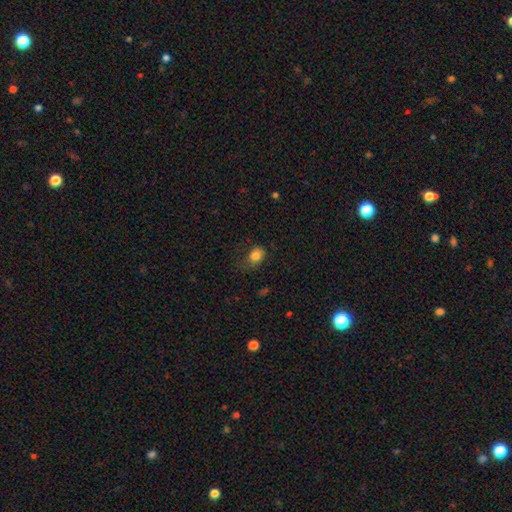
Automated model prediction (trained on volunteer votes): Smooth or featured?
  - smooth: 82% *
  - star or artifact: 10%
  - featured or disk: 8%
How rounded?
  - in between: 59% *
  - round: 40%
  - cigar-shaped: 1%
Merging?
  - none: 55% *
  - minor disturbance: 28%
  - major disturbance: 15%
  - merger: 2%